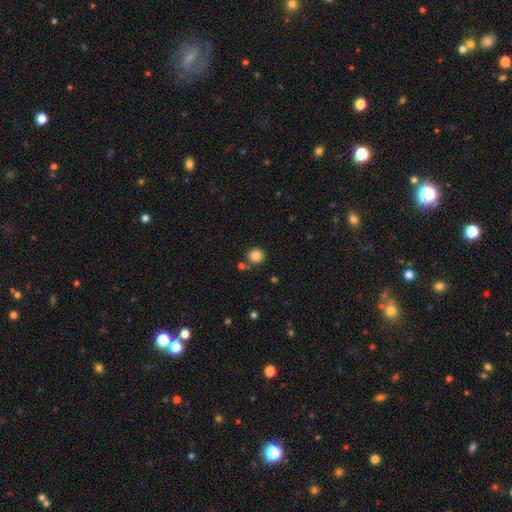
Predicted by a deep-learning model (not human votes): This is clearly a smooth galaxy (85%). How rounded: clearly round (92%). Merging: clearly none (82%).